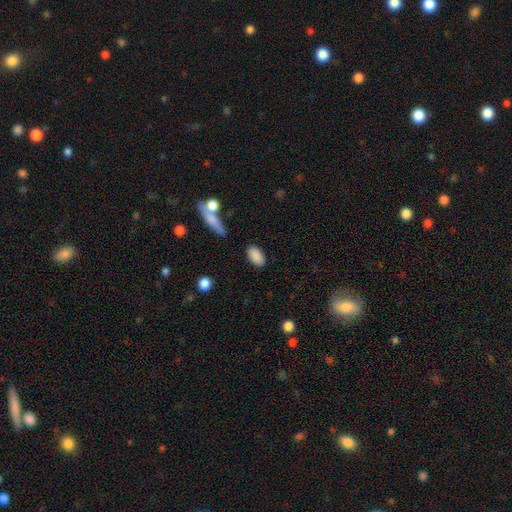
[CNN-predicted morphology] type=smooth (88%); roundness=in between (93%); merging=none (85%).